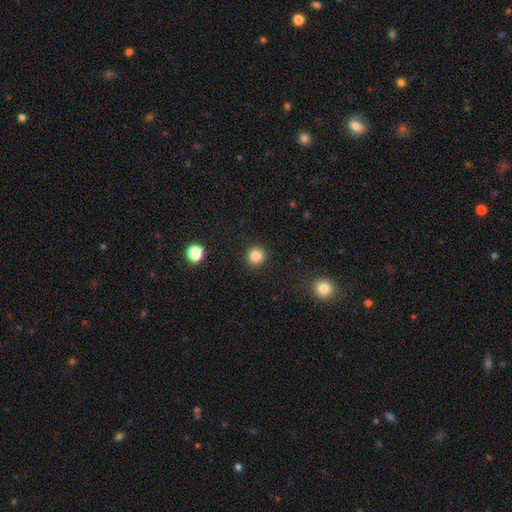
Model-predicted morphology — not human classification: This appears to be a smooth galaxy with no disk features (85%) that is round (94%). Merging: none (91%).